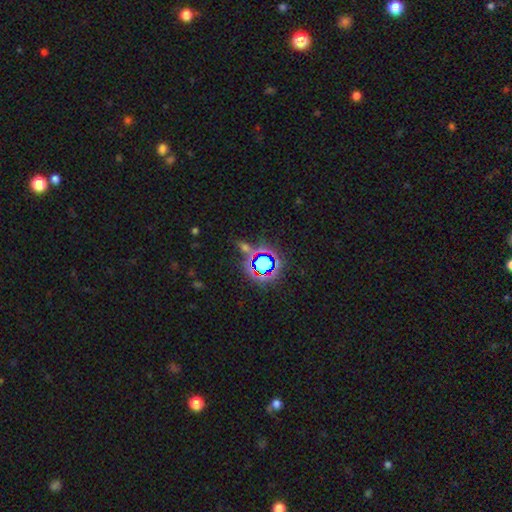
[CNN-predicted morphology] Smooth or featured: star or artifact — 80% (smooth — 13%)